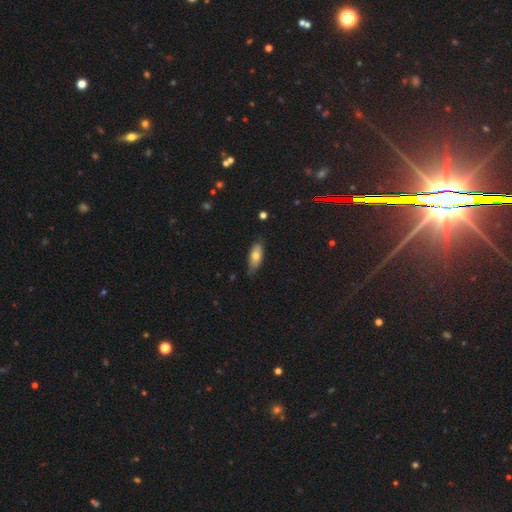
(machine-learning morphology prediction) smooth 74%, featured or disk 19%, star or artifact 7%. Down the decision tree: how rounded — in between (81%); merging — none (73%).